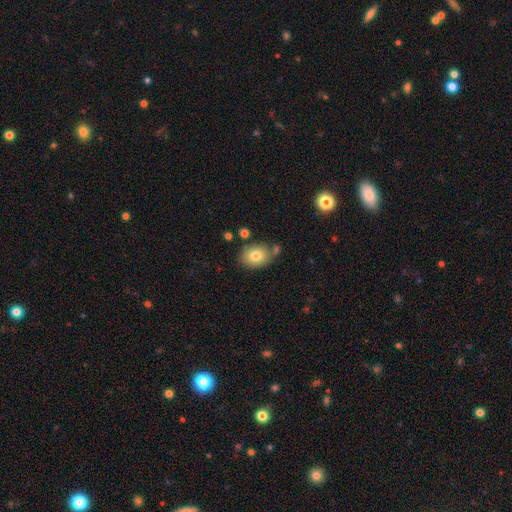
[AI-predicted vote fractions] Overall: smooth (78%). How rounded: in between (71%). Merging: none (71%).